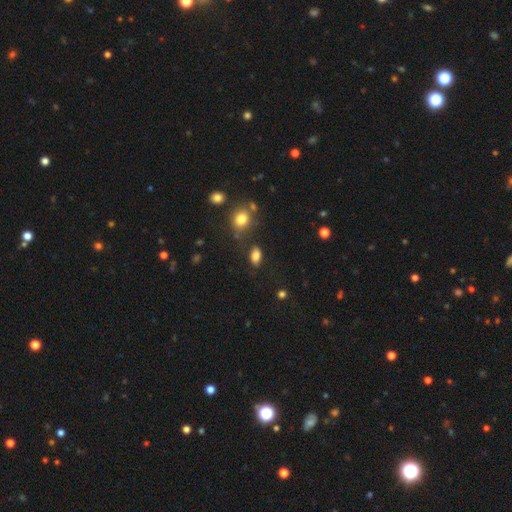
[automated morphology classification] The model was most divided on "merging": none: 79%, minor disturbance: 13%, merger: 4%, major disturbance: 4%. More confident: how rounded — in between (86%); smooth or featured — smooth (83%).